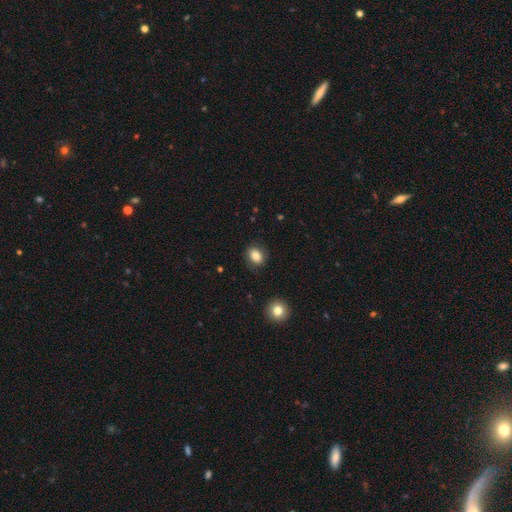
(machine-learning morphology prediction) This is clearly a smooth galaxy (83%). How rounded: possibly in between (53%). Merging: clearly none (86%).